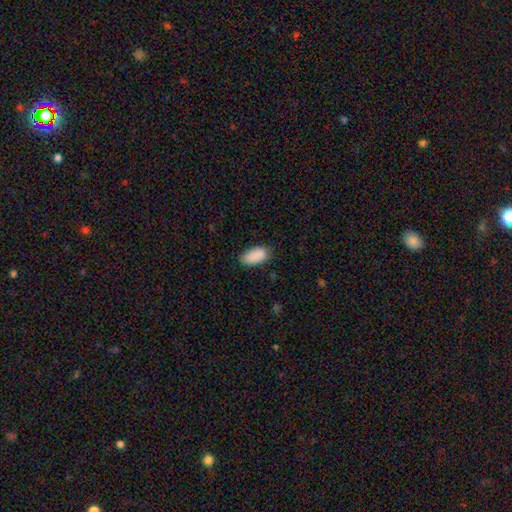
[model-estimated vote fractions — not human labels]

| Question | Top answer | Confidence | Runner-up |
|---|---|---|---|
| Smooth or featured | smooth | 90% | star or artifact (7%) |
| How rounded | in between | 94% | cigar-shaped (4%) |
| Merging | none | 80% | minor disturbance (15%) |